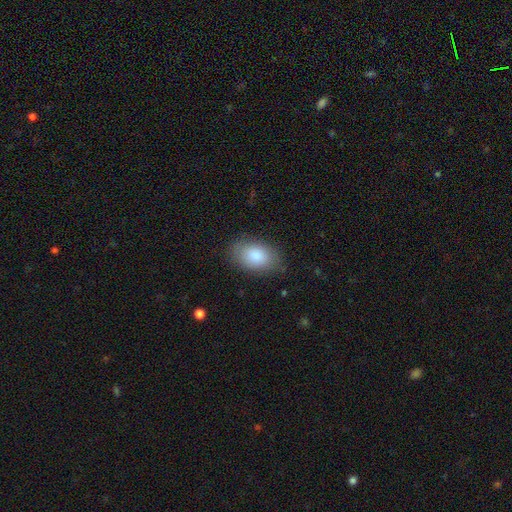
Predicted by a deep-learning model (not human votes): This appears to be a smooth galaxy with no disk features (86%) that is in between round and cigar-shaped (90%). Merging: none (81%).